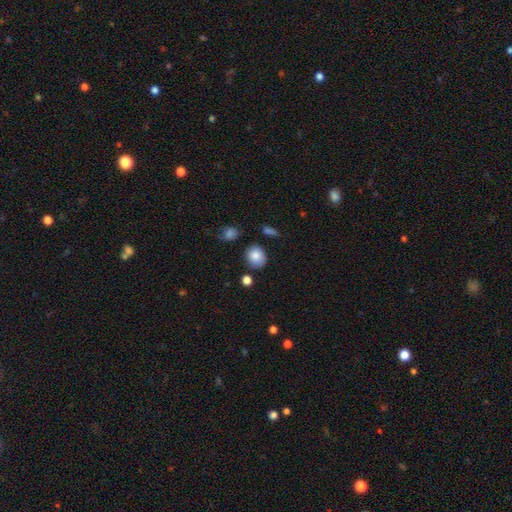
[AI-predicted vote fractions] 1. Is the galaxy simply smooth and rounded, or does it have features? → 84% smooth, 9% star or artifact, 7% featured or disk.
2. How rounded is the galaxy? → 63% round, 36% in between, 1% cigar-shaped.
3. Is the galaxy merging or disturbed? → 75% none, 17% minor disturbance, 5% merger, 4% major disturbance.